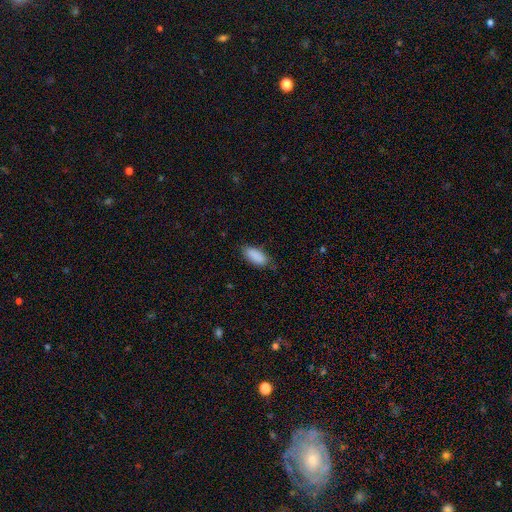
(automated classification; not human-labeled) This appears to be a smooth galaxy with no disk features (89%) that is in between round and cigar-shaped (86%). Merging: none (76%).